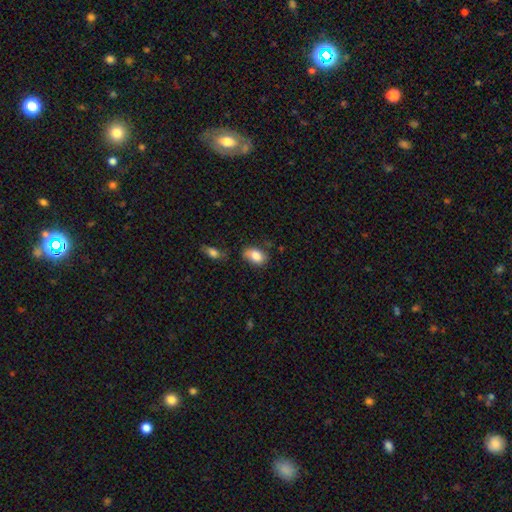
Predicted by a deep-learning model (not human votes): smooth_or_featured: smooth (p=0.83) [alt: featured or disk p=0.09]
how_rounded: in between (p=0.86) [alt: round p=0.13]
merging: none (p=0.55) [alt: minor disturbance p=0.30]